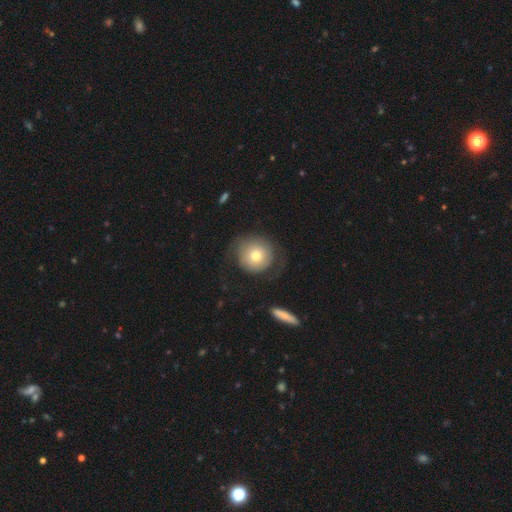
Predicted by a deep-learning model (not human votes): Q: Smooth or featured?
A: smooth (58%); runner-up: featured or disk (34%)
Q: How rounded?
A: round (90%); runner-up: in between (9%)
Q: Merging?
A: none (60%); runner-up: major disturbance (20%)